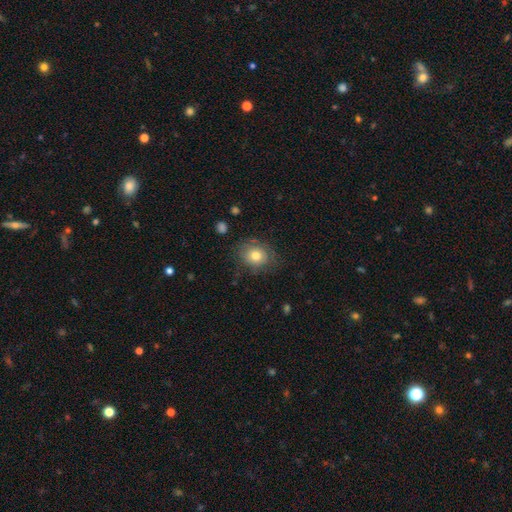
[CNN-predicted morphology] smooth_or_featured: smooth (p=0.75) [alt: featured or disk p=0.15]
how_rounded: round (p=0.65) [alt: in between p=0.34]
merging: none (p=0.76) [alt: minor disturbance p=0.16]